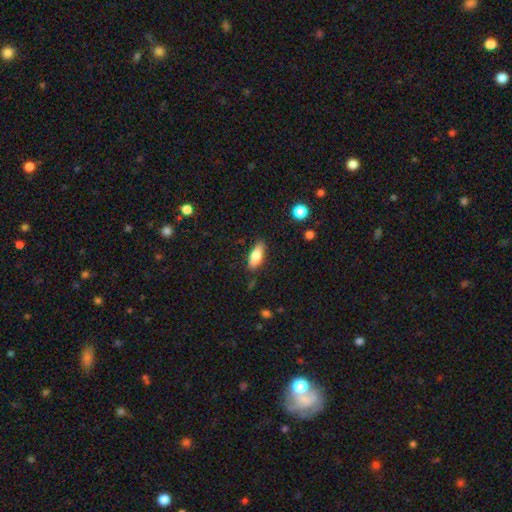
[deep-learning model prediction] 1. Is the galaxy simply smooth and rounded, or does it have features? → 76% smooth, 17% featured or disk, 7% star or artifact.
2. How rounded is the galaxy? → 73% in between, 24% cigar-shaped, 3% round.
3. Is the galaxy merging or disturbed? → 82% none, 14% minor disturbance, 3% major disturbance, 2% merger.